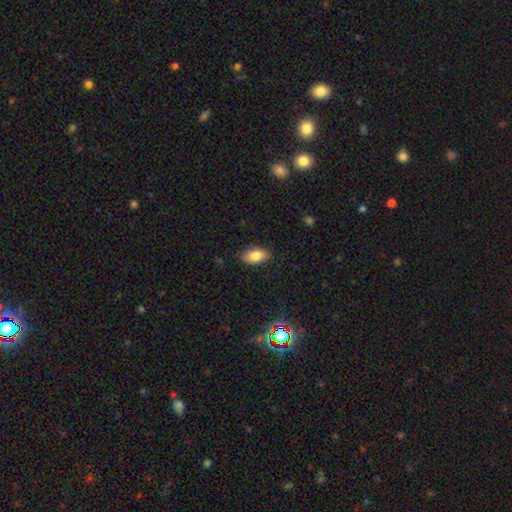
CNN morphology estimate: Overall: smooth (83%). How rounded: in between (93%). Merging: none (87%).